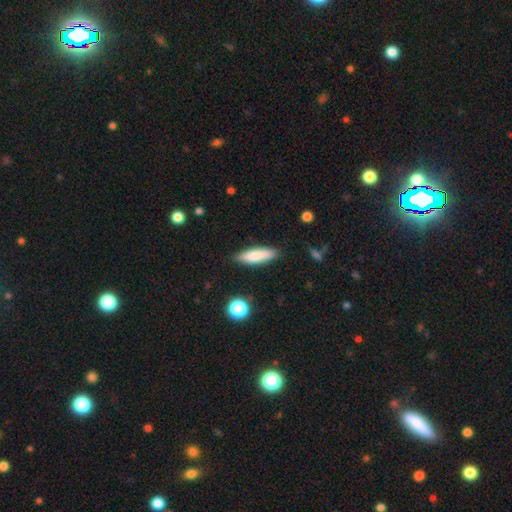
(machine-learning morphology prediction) Q: Smooth or featured?
A: smooth (79%); runner-up: featured or disk (15%)
Q: How rounded?
A: cigar-shaped (63%); runner-up: in between (35%)
Q: Merging?
A: none (86%); runner-up: minor disturbance (10%)